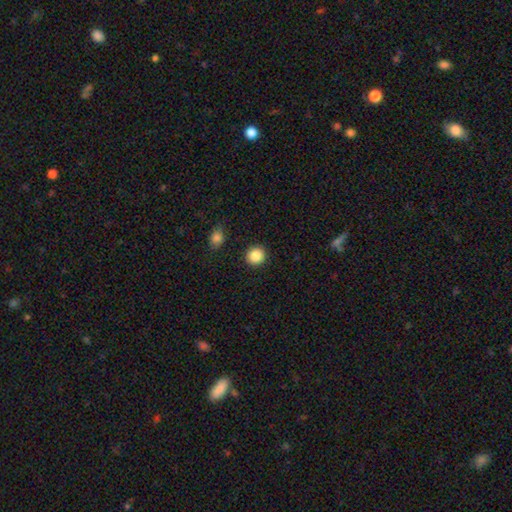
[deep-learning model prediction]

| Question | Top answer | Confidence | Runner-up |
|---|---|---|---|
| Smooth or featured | smooth | 87% | star or artifact (9%) |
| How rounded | round | 90% | in between (9%) |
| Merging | none | 91% | minor disturbance (6%) |